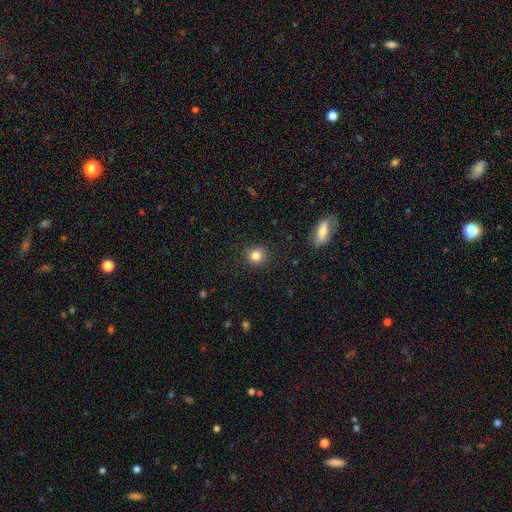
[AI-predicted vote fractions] smooth-or-featured: smooth: 83% | star or artifact: 12% | featured or disk: 5%
  how-rounded: round: 90% | in between: 9% | cigar-shaped: 1%
  merging: none: 89% | minor disturbance: 8% | major disturbance: 2% | merger: 1%